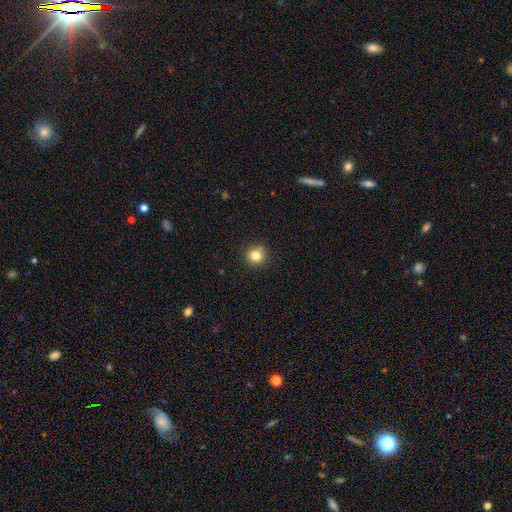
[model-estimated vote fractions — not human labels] Q: Smooth or featured?
A: smooth (81%); runner-up: star or artifact (12%)
Q: How rounded?
A: round (92%); runner-up: in between (7%)
Q: Merging?
A: none (86%); runner-up: minor disturbance (10%)